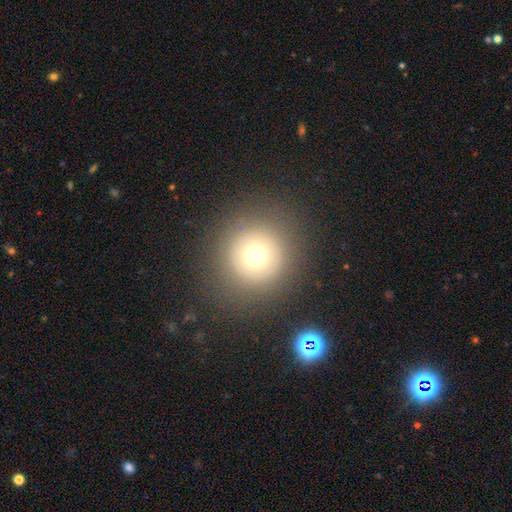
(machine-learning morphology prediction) A smooth galaxy with no disk features (67%) that is round (94%). Merging: none (85%).